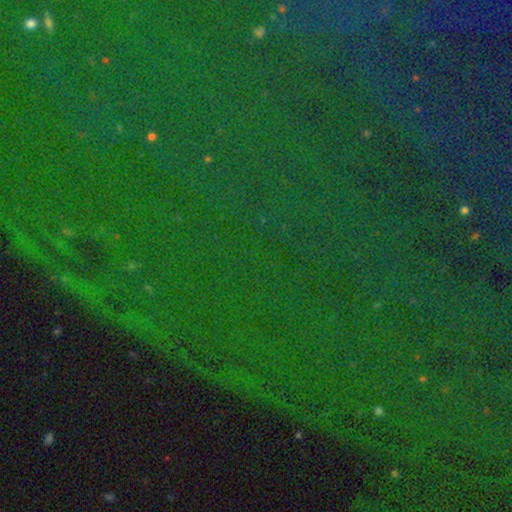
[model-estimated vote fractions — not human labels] Smooth or featured: star or artifact — 82% (smooth — 10%)